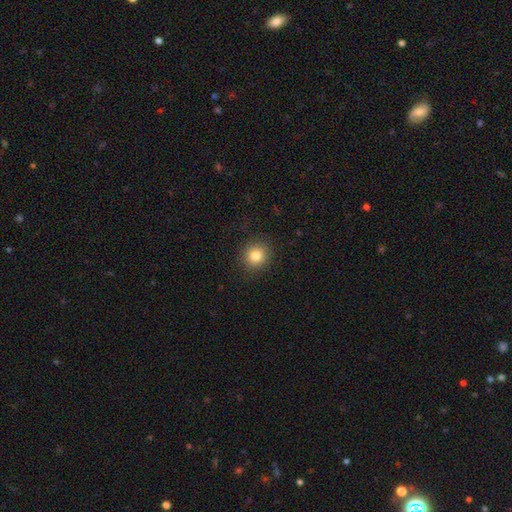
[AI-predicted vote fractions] The model was most divided on "smooth or featured": smooth: 82%, star or artifact: 12%, featured or disk: 7%. More confident: merging — none (90%); how rounded — round (88%).